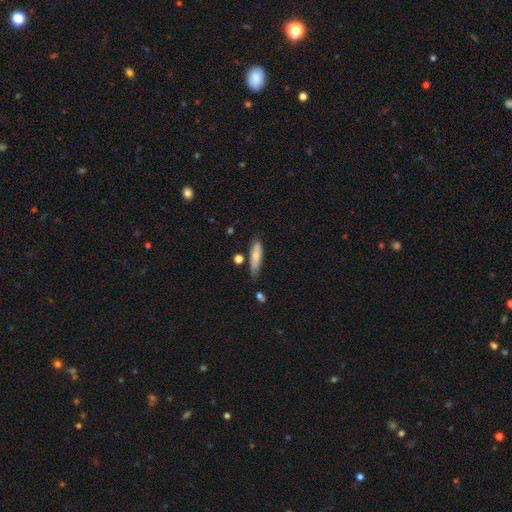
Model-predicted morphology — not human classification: Q: Smooth or featured?
A: smooth (73%); runner-up: featured or disk (20%)
Q: How rounded?
A: cigar-shaped (62%); runner-up: in between (36%)
Q: Merging?
A: none (73%); runner-up: minor disturbance (18%)